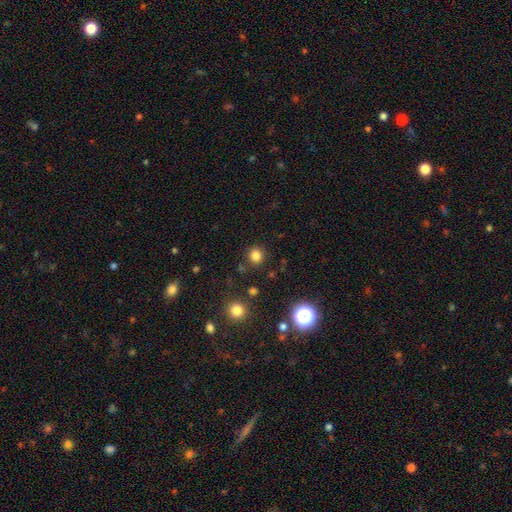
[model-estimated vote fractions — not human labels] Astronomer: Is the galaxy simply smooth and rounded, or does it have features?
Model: smooth — 80%.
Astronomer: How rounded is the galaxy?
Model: round — 89%.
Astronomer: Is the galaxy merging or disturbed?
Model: none — 87%.